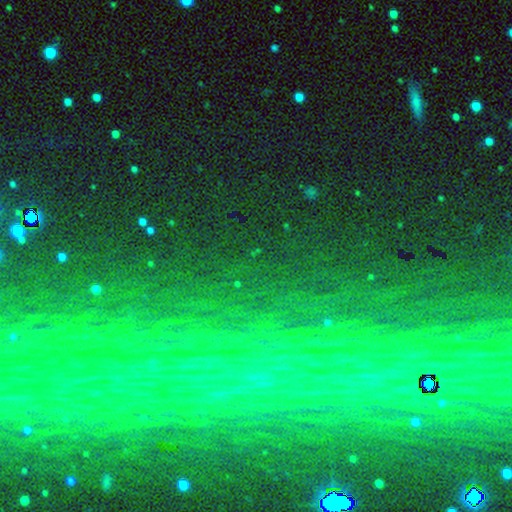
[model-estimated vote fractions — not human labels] Overall: star or artifact (79%).